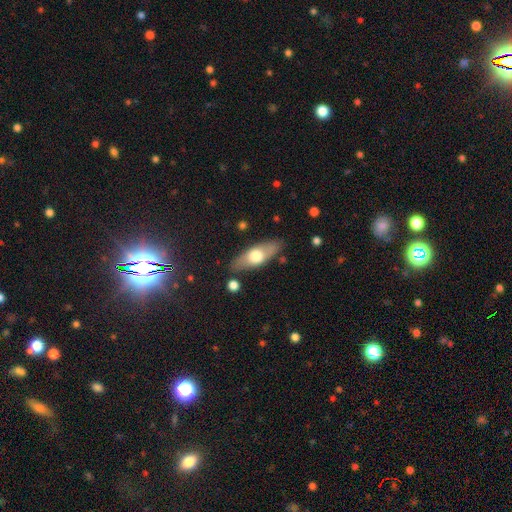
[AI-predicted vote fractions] Morphology: type=smooth (55%); roundness=in between (63%); merging=none (83%).